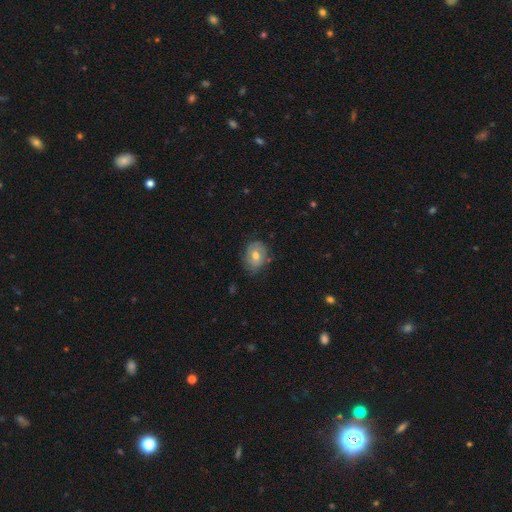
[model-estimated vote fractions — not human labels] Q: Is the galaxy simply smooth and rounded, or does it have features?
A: smooth — 47%.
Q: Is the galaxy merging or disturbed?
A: none — 66%.